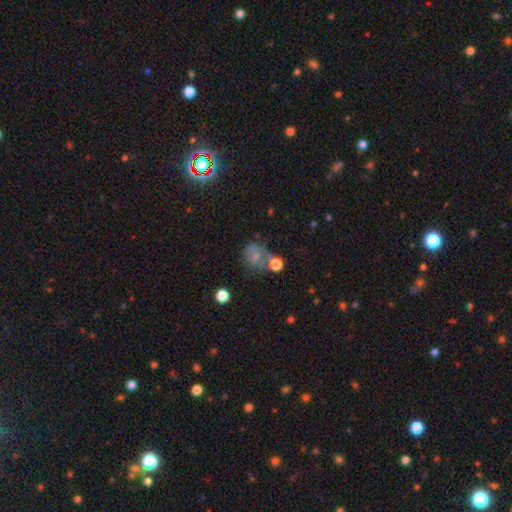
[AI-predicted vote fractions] A smooth galaxy with no disk features (60%) that is round (68%).

Vote fractions:
- Smooth or featured? smooth: 60% / featured or disk: 23% / star or artifact: 16%
- How rounded? round: 68% / in between: 30% / cigar-shaped: 1%
- Merging? none: 35% / major disturbance: 23% / merger: 21% / minor disturbance: 21%